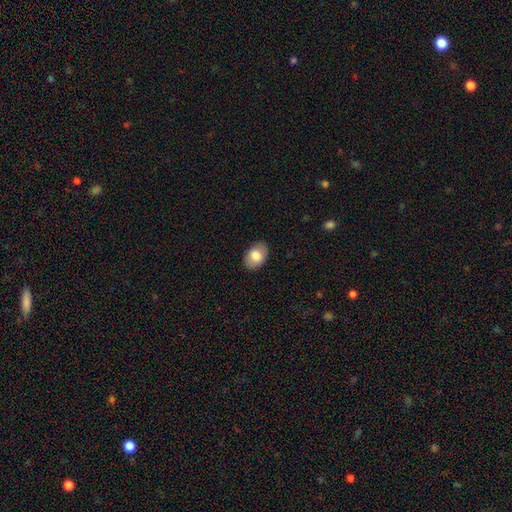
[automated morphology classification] Smooth or featured? smooth (80%)
How rounded? in between (87%)
Merging? none (86%)